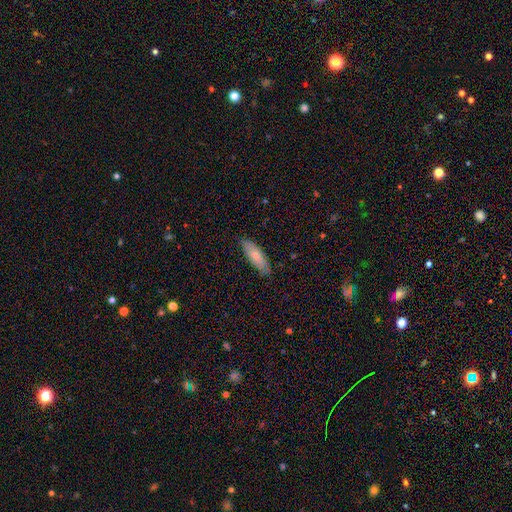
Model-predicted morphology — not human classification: type=smooth (78%); roundness=in between (57%); merging=none (86%).